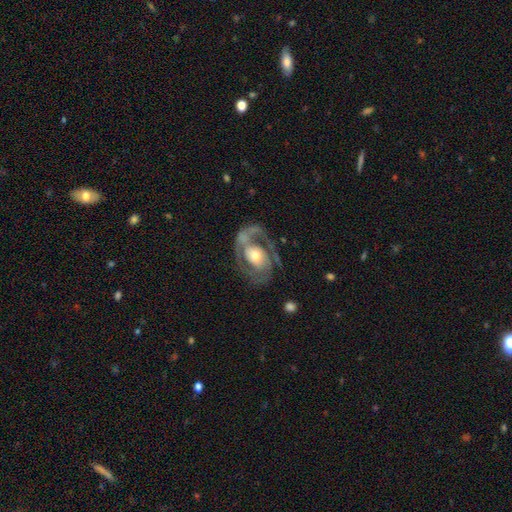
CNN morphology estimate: Smooth or featured: featured or disk — 81% (smooth — 14%)
Edge-on disk: no — 97% (yes — 3%)
Bar: no — 57% (weak — 28%)
Spiral arms: yes — 83% (no — 17%)
Spiral winding: medium — 48% (tight — 31%)
Spiral arm count: 2 — 77% (1 — 10%)
Bulge size: moderate — 64% (small — 20%)
Merging: none — 56% (major disturbance — 22%)